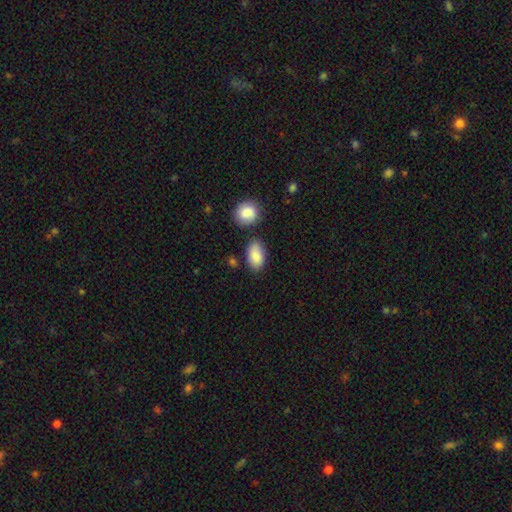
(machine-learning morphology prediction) The model was most divided on "merging": none: 73%, minor disturbance: 16%, merger: 7%, major disturbance: 4%. More confident: how rounded — in between (92%); smooth or featured — smooth (88%).